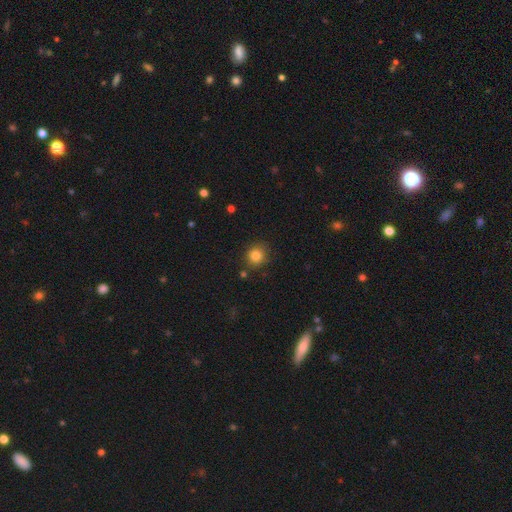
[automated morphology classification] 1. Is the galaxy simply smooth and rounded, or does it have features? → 83% smooth, 12% star or artifact, 6% featured or disk.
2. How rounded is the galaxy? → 87% round, 12% in between, 1% cigar-shaped.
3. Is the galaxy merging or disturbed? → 85% none, 10% minor disturbance, 3% merger, 3% major disturbance.